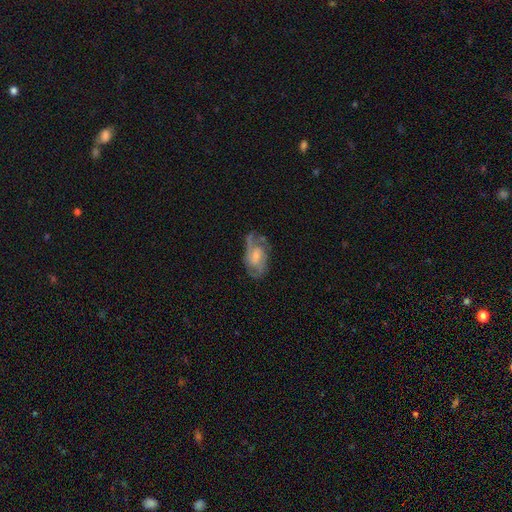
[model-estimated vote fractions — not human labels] This is likely a featured or disk galaxy (76%). It is clearly not viewed edge-on (96%). Bar: possibly weak (46%). Spiral arm pattern: clearly yes (90%). Spiral arm count: possibly 2 (56%). Spiral winding: possibly medium (49%). Central bulge: marginally moderate (41%). Merging: likely none (62%).